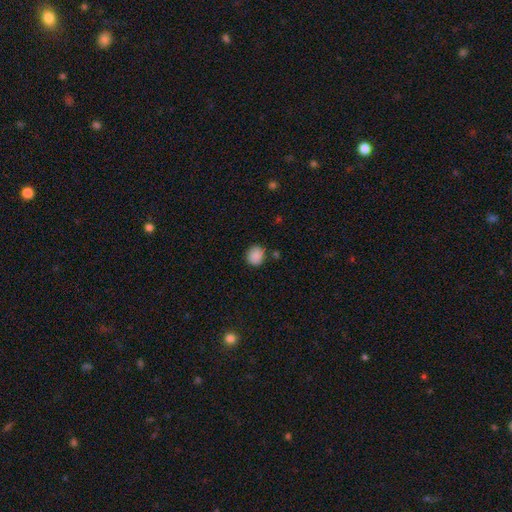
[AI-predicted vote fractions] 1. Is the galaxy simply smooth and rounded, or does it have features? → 87% smooth, 9% star or artifact, 4% featured or disk.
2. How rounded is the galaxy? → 74% round, 25% in between, 1% cigar-shaped.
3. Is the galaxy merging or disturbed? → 78% none, 14% minor disturbance, 5% merger, 3% major disturbance.